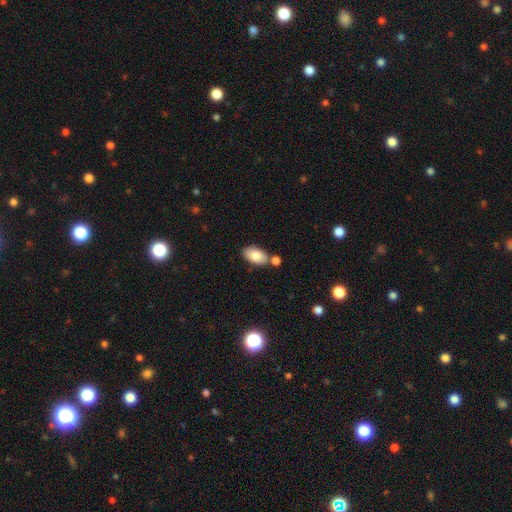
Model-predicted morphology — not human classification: Smooth or featured: smooth — 81% (featured or disk — 12%)
How rounded: in between — 94% (round — 4%)
Merging: none — 68% (merger — 17%)